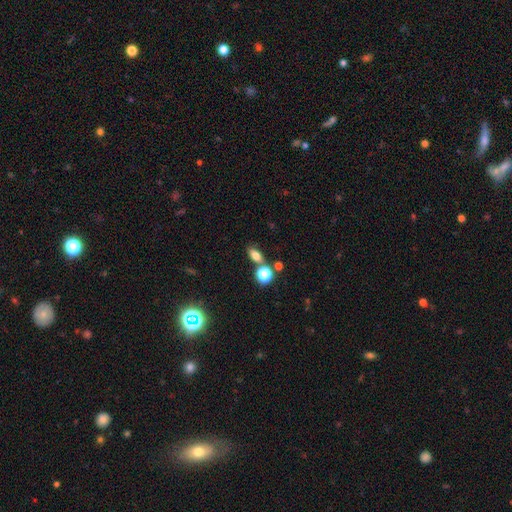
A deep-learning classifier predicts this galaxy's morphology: This is likely a smooth galaxy (73%). How rounded: likely in between (76%). Merging: likely none (69%).